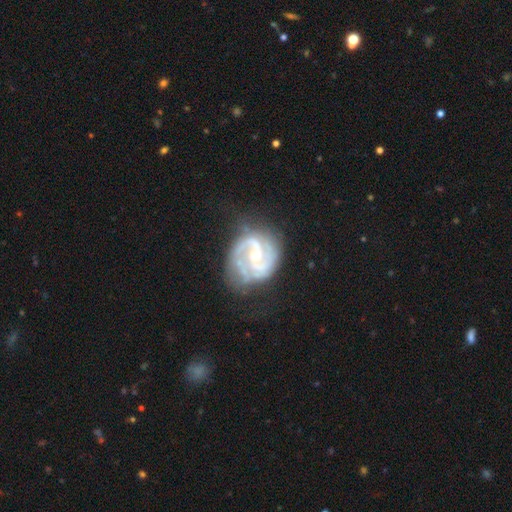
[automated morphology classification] type=featured or disk (89%); edge-on=no (98%); bar=no (48%); spiral arms=yes (97%); winding=medium (45%, tied with tight); arm count=2 (67%); bulge=moderate (49%); merging=none (63%).